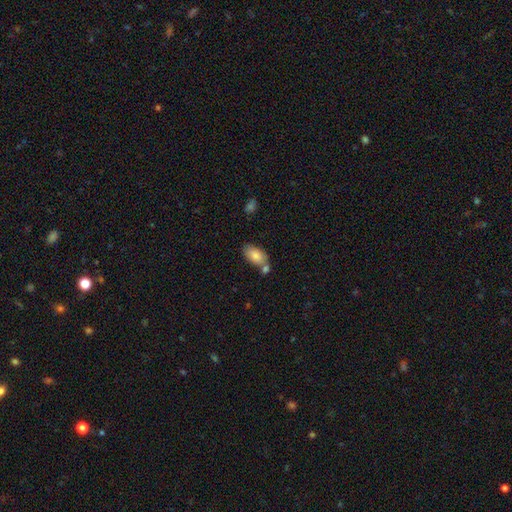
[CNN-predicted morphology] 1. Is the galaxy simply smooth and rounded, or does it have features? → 82% smooth, 12% featured or disk, 7% star or artifact.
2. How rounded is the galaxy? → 94% in between, 4% round, 2% cigar-shaped.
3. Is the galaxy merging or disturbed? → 53% none, 27% merger, 16% minor disturbance, 4% major disturbance.